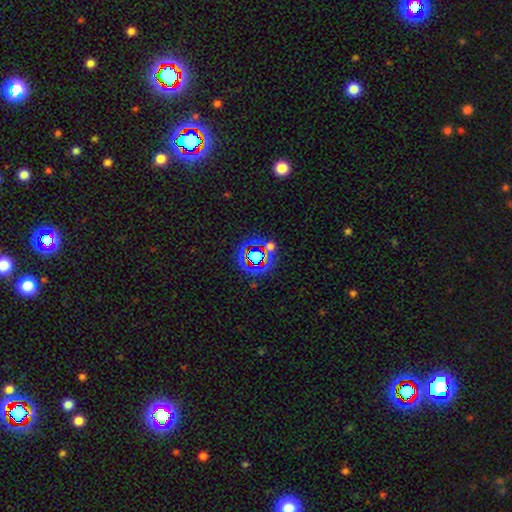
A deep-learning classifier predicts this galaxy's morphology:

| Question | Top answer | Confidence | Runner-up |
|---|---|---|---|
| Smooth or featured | star or artifact | 62% | smooth (25%) |